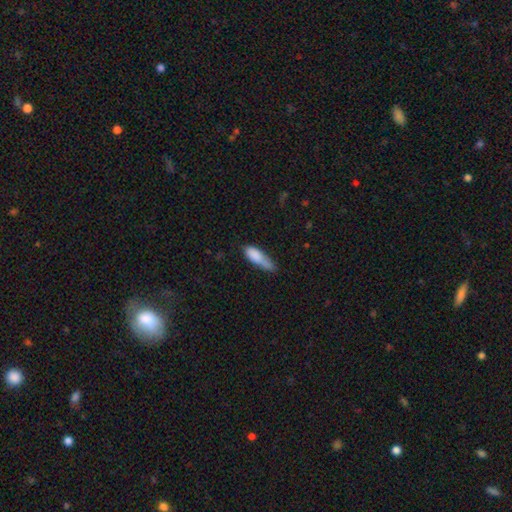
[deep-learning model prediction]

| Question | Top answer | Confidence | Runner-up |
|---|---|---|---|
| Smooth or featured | smooth | 82% | featured or disk (11%) |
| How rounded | in between | 50% | cigar-shaped (48%) |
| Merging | none | 41% | minor disturbance (39%) |